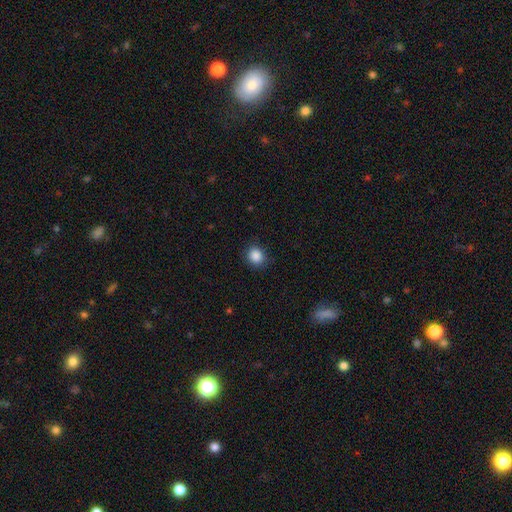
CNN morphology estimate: smooth-or-featured: smooth: 88% | star or artifact: 9% | featured or disk: 3%
  how-rounded: round: 78% | in between: 21% | cigar-shaped: 1%
  merging: none: 87% | minor disturbance: 9% | major disturbance: 3% | merger: 1%